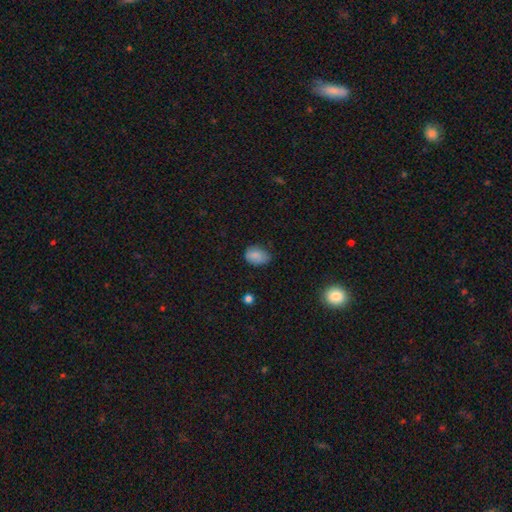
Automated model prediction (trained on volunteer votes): Smooth or featured: smooth — 83% (star or artifact — 9%)
How rounded: in between — 79% (round — 20%)
Merging: none — 58% (minor disturbance — 34%)